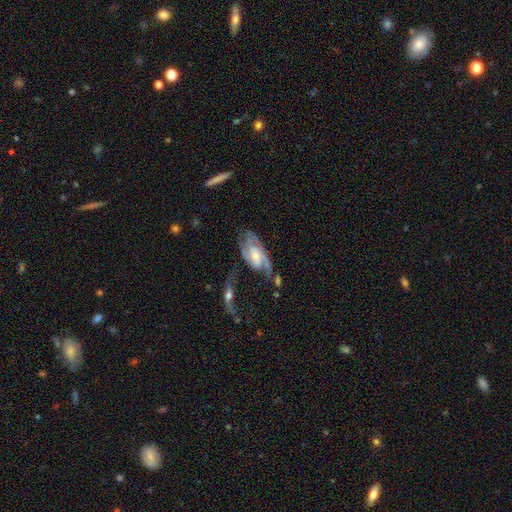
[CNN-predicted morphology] Smooth or featured? Predicted: featured or disk (p=0.79). Edge-on disk? Predicted: no (p=0.94). Bar? Predicted: no (p=0.57). Spiral arms? Predicted: yes (p=0.93). Spiral winding? Predicted: medium (p=0.42). Spiral arm count? Predicted: 2 (p=0.44). Bulge size? Predicted: small (p=0.47). Merging? Predicted: none (p=0.41).